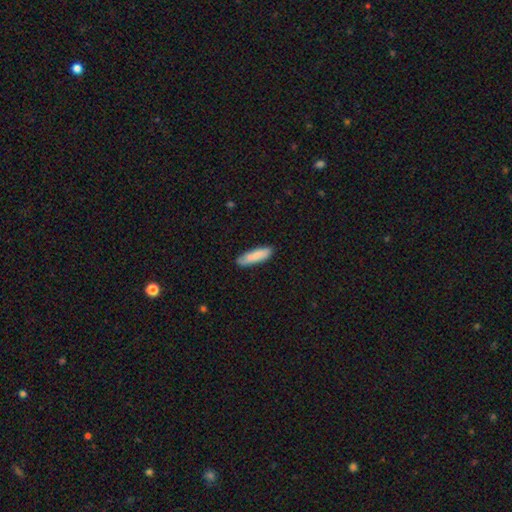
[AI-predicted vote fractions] Smooth or featured? Predicted: smooth (p=0.78). How rounded? Predicted: cigar-shaped (p=0.59). Merging? Predicted: none (p=0.81).